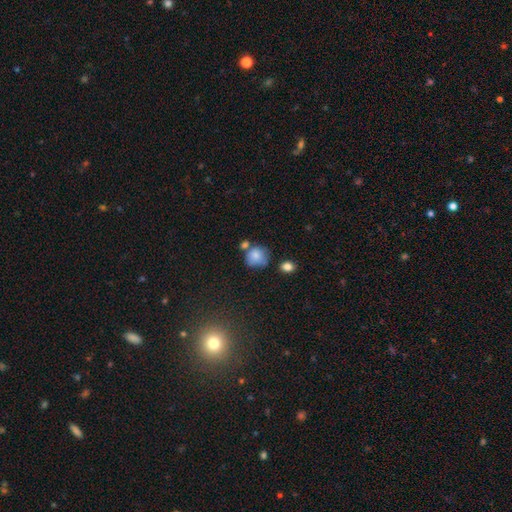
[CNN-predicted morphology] Smooth or featured? Predicted: smooth (p=0.79). How rounded? Predicted: round (p=0.79). Merging? Predicted: none (p=0.50).